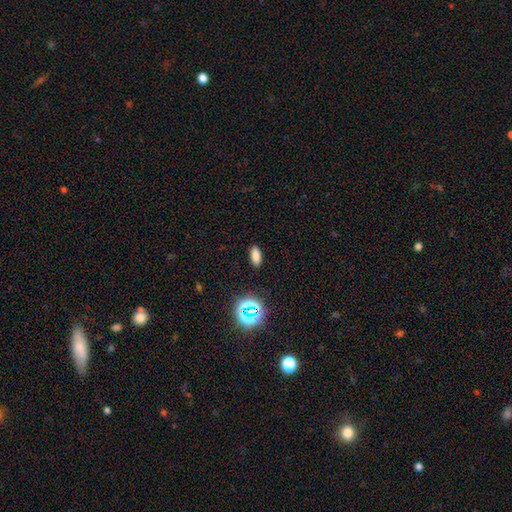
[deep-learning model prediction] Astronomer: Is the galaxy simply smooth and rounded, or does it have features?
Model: smooth — 76%.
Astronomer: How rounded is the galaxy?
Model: in between — 78%.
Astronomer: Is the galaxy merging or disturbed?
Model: none — 89%.